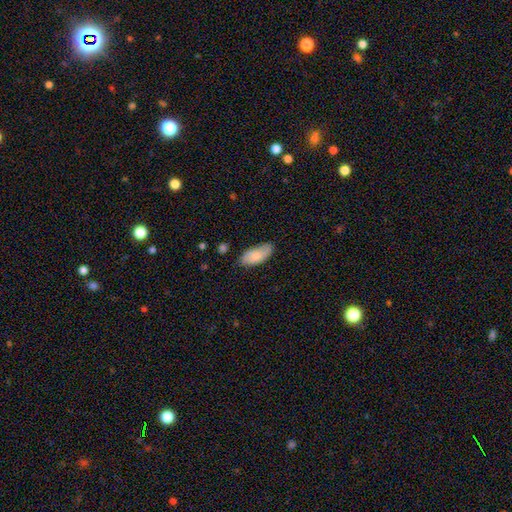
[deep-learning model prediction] Smooth or featured: smooth — 79% (featured or disk — 15%)
How rounded: in between — 89% (cigar-shaped — 9%)
Merging: none — 71% (minor disturbance — 24%)